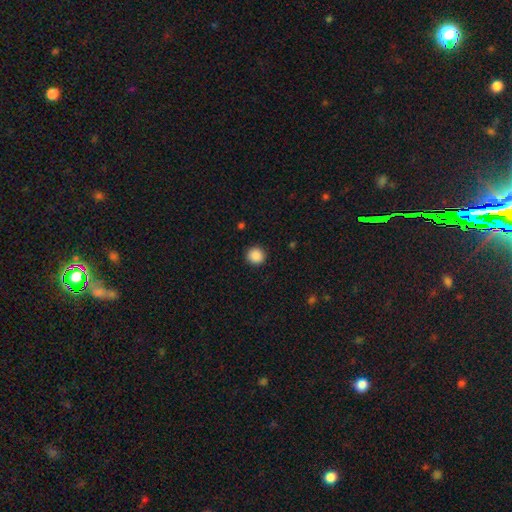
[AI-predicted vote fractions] Q: Smooth or featured?
A: smooth (89%); runner-up: star or artifact (9%)
Q: How rounded?
A: round (94%); runner-up: in between (5%)
Q: Merging?
A: none (92%); runner-up: minor disturbance (5%)